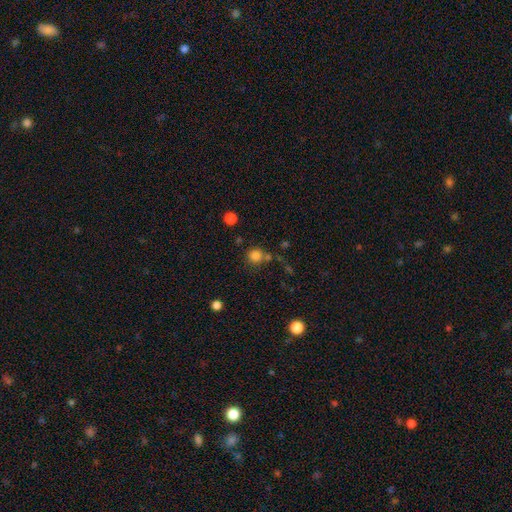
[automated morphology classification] A smooth galaxy with no disk features (81%) that is round (92%).

Vote fractions:
- Smooth or featured? smooth: 81% / star or artifact: 14% / featured or disk: 5%
- How rounded? round: 92% / in between: 7% / cigar-shaped: 1%
- Merging? none: 70% / merger: 14% / minor disturbance: 11% / major disturbance: 5%